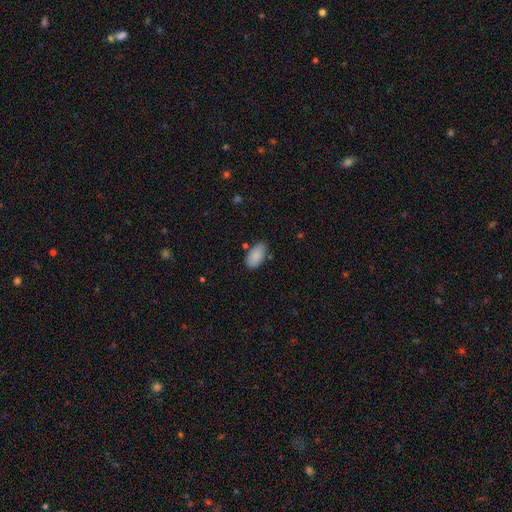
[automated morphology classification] Smooth or featured? smooth (87%)
How rounded? in between (94%)
Merging? none (76%)